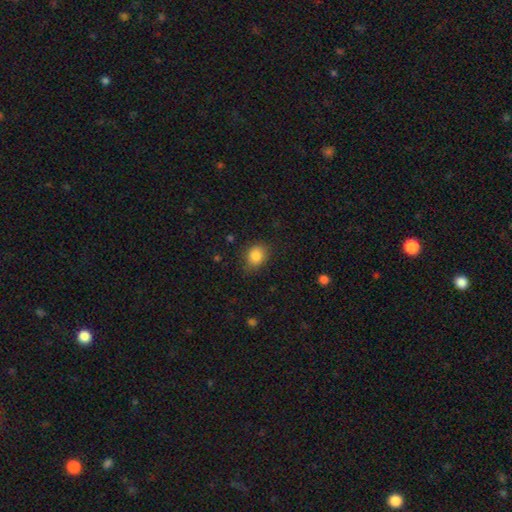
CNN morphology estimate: Smooth or featured? smooth (85%)
How rounded? in between (50%)
Merging? none (75%)